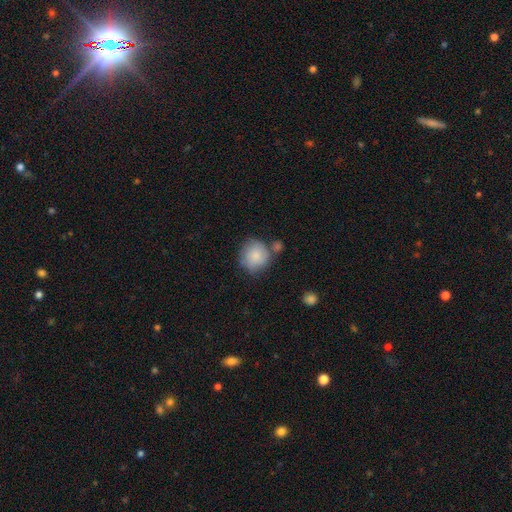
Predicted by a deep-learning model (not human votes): This appears to be a smooth galaxy with no disk features (84%) that is round (87%). Merging: none (59%).